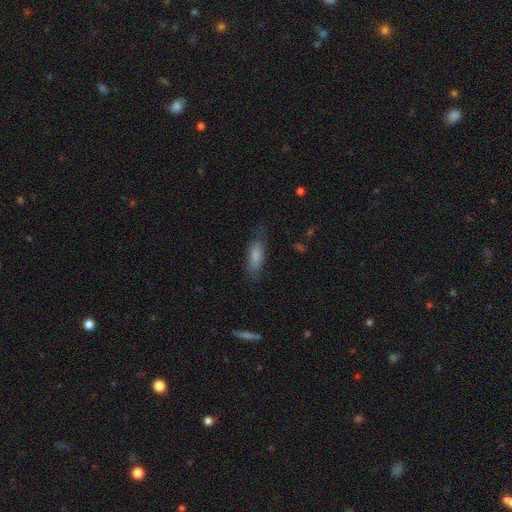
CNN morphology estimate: The model was most divided on "how rounded": in between: 60%, cigar-shaped: 38%, round: 2%. More confident: smooth or featured — smooth (79%); merging — none (71%).